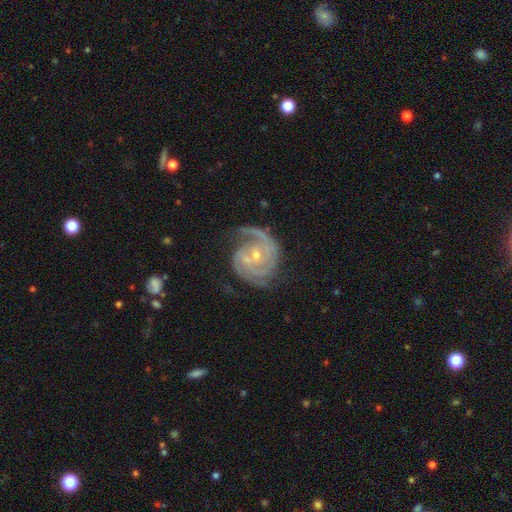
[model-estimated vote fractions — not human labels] Q: Smooth or featured?
A: featured or disk (91%); runner-up: star or artifact (5%)
Q: Edge-on disk?
A: no (98%); runner-up: yes (2%)
Q: Bar?
A: no (54%); runner-up: weak (34%)
Q: Spiral arms?
A: yes (98%); runner-up: no (2%)
Q: Spiral winding?
A: tight (63%); runner-up: medium (32%)
Q: Spiral arm count?
A: 2 (43%); runner-up: 3 (29%)
Q: Bulge size?
A: small (64%); runner-up: moderate (33%)
Q: Merging?
A: none (67%); runner-up: minor disturbance (19%)